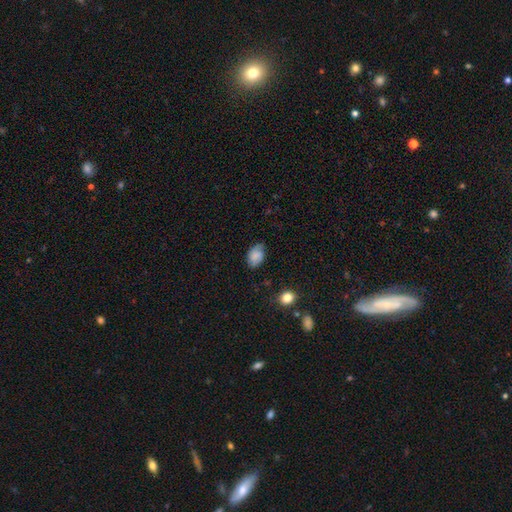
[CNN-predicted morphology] This appears to be a smooth galaxy with no disk features (72%) that is in between round and cigar-shaped (85%). Merging: none (69%).